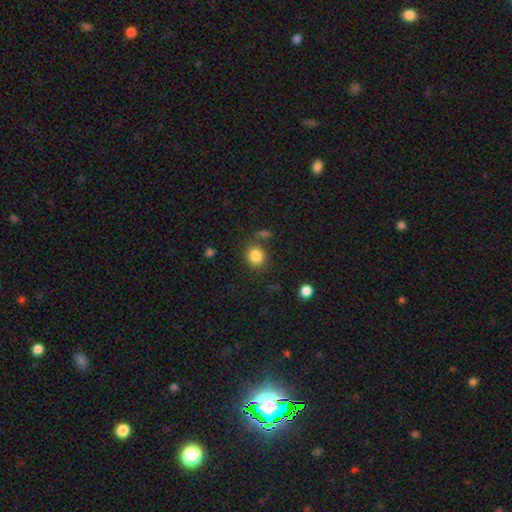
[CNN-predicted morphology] smooth_or_featured: smooth (p=0.84) [alt: star or artifact p=0.10]
how_rounded: round (p=0.80) [alt: in between p=0.19]
merging: none (p=0.77) [alt: minor disturbance p=0.11]